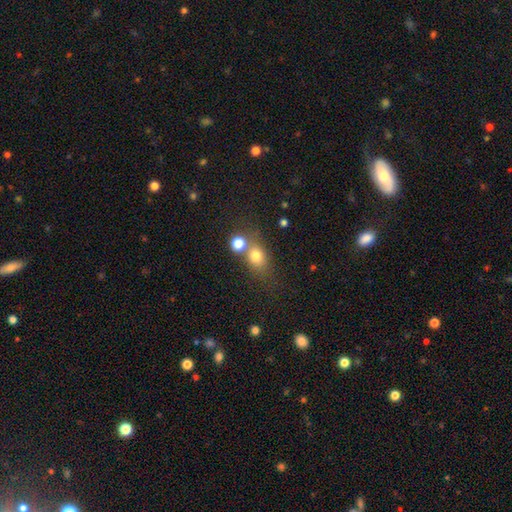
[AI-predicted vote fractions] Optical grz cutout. It shows a smooth galaxy with no disk features (76%) that is round (54%). Merging: none (47%).